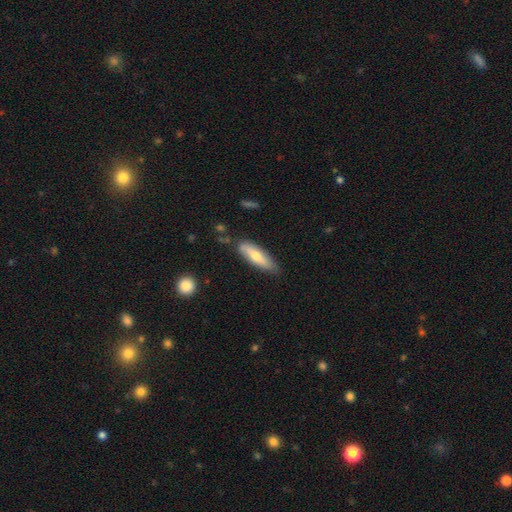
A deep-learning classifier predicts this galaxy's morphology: Smooth or featured: smooth — 62% (featured or disk — 32%)
How rounded: cigar-shaped — 54% (in between — 44%)
Merging: none — 76% (minor disturbance — 18%)